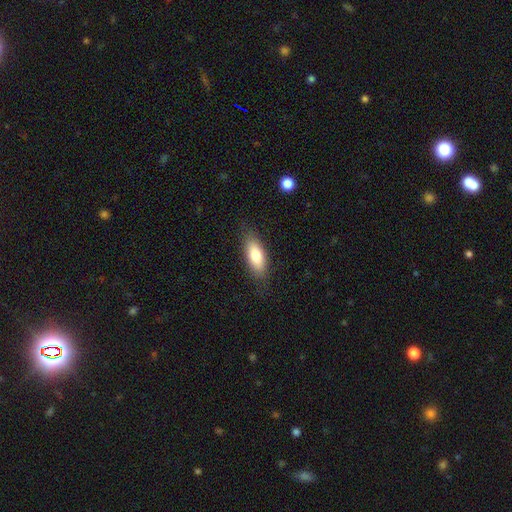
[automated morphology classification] Smooth or featured?
  - smooth: 79% *
  - featured or disk: 15%
  - star or artifact: 6%
How rounded?
  - in between: 76% *
  - cigar-shaped: 21%
  - round: 2%
Merging?
  - none: 83% *
  - minor disturbance: 13%
  - major disturbance: 3%
  - merger: 1%